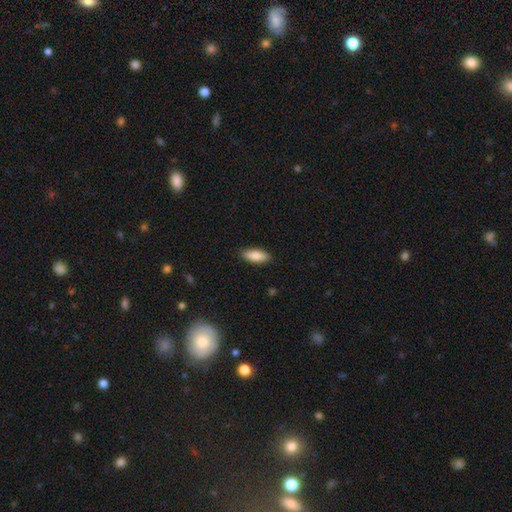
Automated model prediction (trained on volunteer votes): Smooth or featured? Predicted: smooth (p=0.86). How rounded? Predicted: in between (p=0.78). Merging? Predicted: none (p=0.88).